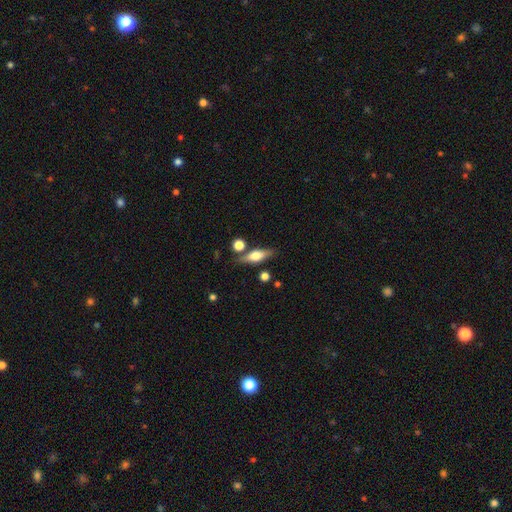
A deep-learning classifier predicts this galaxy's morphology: This appears to be a featured or disk galaxy (52%) viewed edge-on (92%). Merging: none (77%).